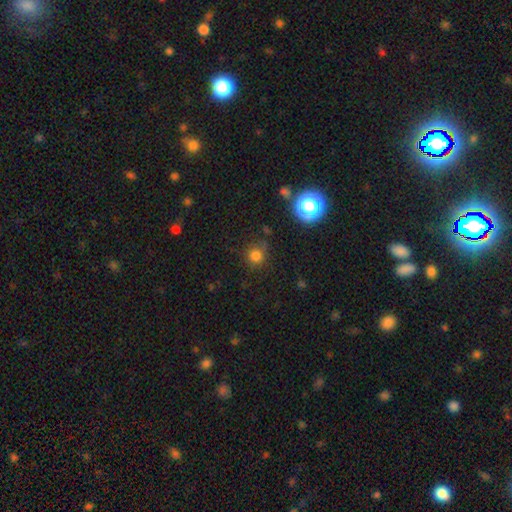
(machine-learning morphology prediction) Q: Smooth or featured?
A: smooth (75%); runner-up: star or artifact (19%)
Q: How rounded?
A: round (90%); runner-up: in between (9%)
Q: Merging?
A: none (76%); runner-up: minor disturbance (15%)